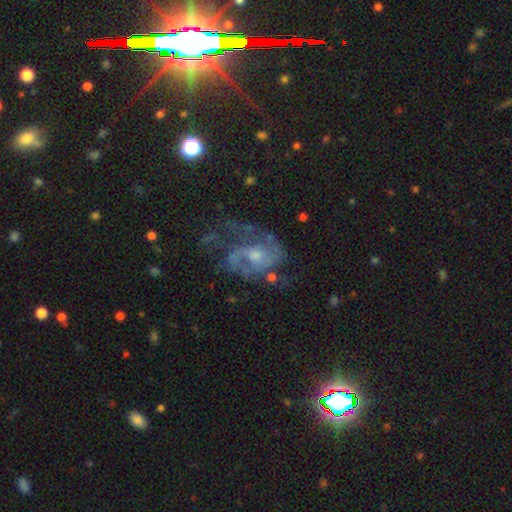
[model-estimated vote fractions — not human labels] smooth-or-featured: featured or disk: 81% | smooth: 10% | star or artifact: 9%
  disk-edge-on: no: 97% | yes: 3%
    bar: no: 61% | weak: 33% | strong: 6%
    has-spiral-arms: yes: 89% | no: 11%
      spiral-winding: medium: 50% | loose: 28% | tight: 22%
      spiral-arm-count: 2: 58% | can't tell: 17% | 3: 11% | 1: 7% | 4: 4% | more than 4: 3%
    bulge-size: moderate: 51% | small: 39% | none: 4% | large: 4% | dominant: 1%
  merging: none: 47% | major disturbance: 28% | minor disturbance: 21% | merger: 4%